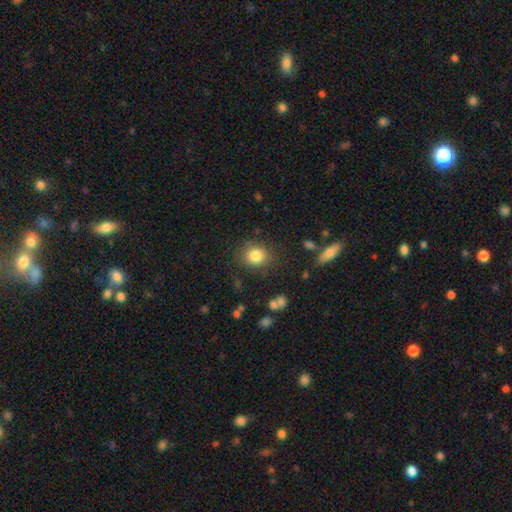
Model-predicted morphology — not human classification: type=smooth (83%); roundness=round (76%); merging=none (82%).